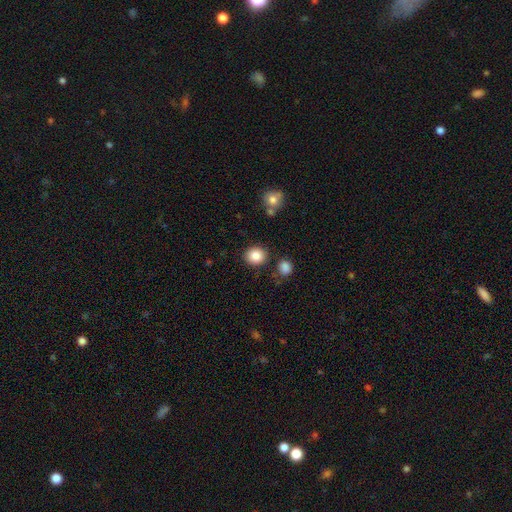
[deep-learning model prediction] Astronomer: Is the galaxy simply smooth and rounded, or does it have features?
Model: smooth — 86%.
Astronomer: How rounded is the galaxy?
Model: round — 76%.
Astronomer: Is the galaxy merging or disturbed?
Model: none — 84%.